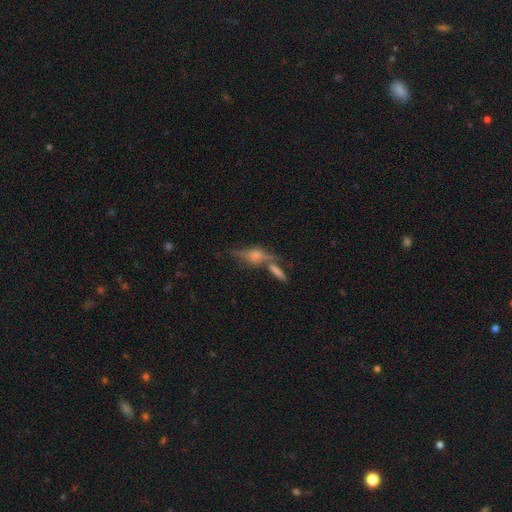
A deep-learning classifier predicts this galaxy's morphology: smooth_or_featured: featured or disk (p=0.59) [alt: smooth p=0.29]
disk_edge_on: yes (p=0.88) [alt: no p=0.12]
edge_on_bulge: rounded (p=0.81) [alt: boxy p=0.13]
merging: none (p=0.56) [alt: merger p=0.25]